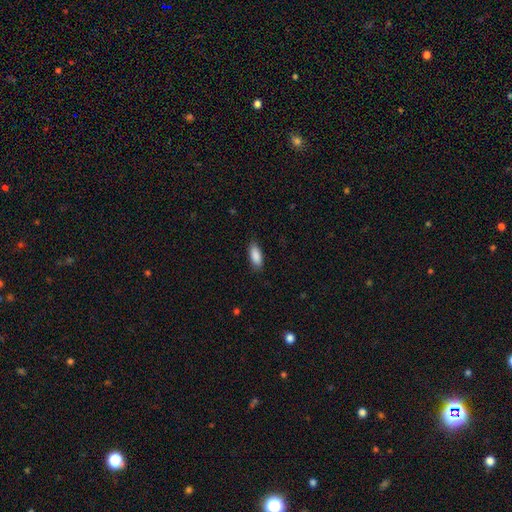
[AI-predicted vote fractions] The model was most divided on "how rounded": in between: 81%, cigar-shaped: 17%, round: 2%. More confident: smooth or featured — smooth (89%); merging — none (84%).